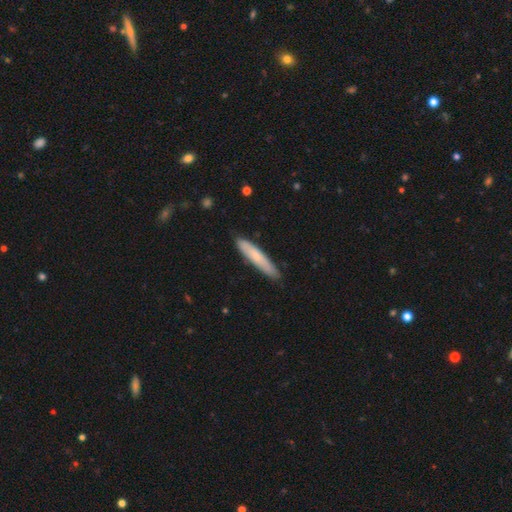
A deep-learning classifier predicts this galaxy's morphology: Overall: smooth (69%). How rounded: cigar-shaped (90%). Merging: none (86%).